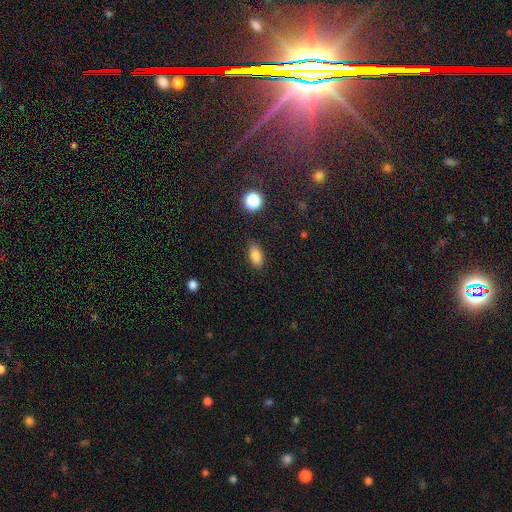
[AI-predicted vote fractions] This is clearly a smooth galaxy (84%). How rounded: clearly in between (87%). Merging: clearly none (82%).